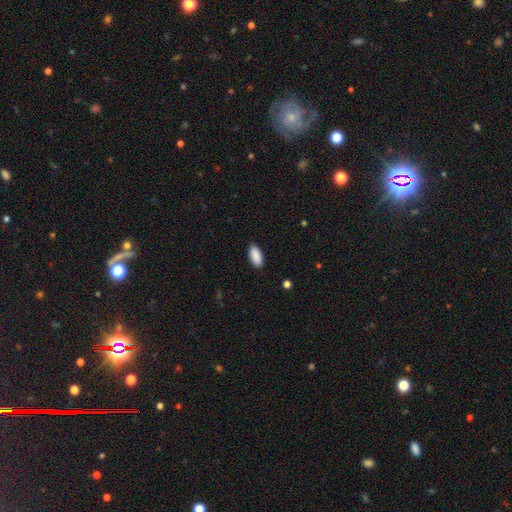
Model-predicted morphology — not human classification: A smooth galaxy with no disk features (90%) that is in between round and cigar-shaped (92%). Merging: none (87%).